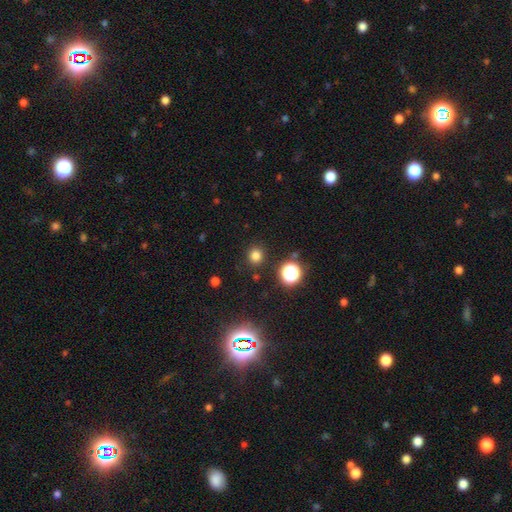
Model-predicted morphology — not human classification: This appears to be a smooth galaxy with no disk features (78%) that is round (88%). Merging: none (89%).